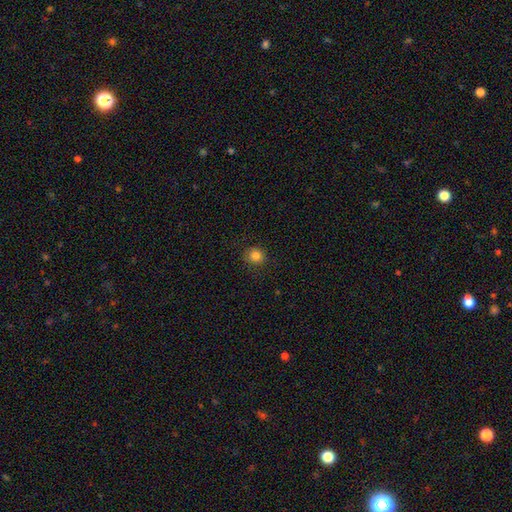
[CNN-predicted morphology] The model was most divided on "smooth or featured": smooth: 83%, star or artifact: 12%, featured or disk: 5%. More confident: how rounded — round (89%); merging — none (89%).